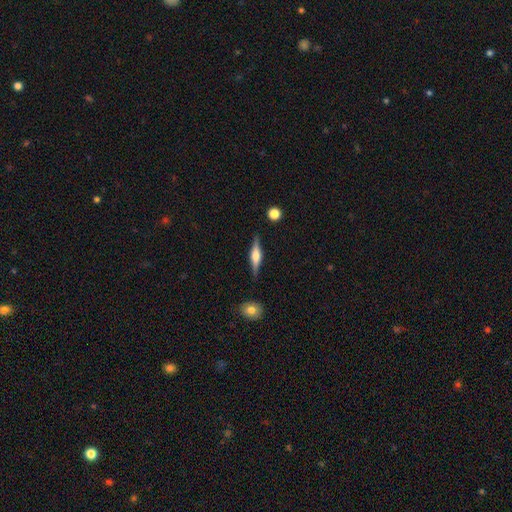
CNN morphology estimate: Q: Smooth or featured?
A: featured or disk (70%); runner-up: smooth (24%)
Q: Edge-on disk?
A: yes (97%); runner-up: no (3%)
Q: Edge-on bulge?
A: rounded (80%); runner-up: boxy (18%)
Q: Merging?
A: none (87%); runner-up: minor disturbance (9%)